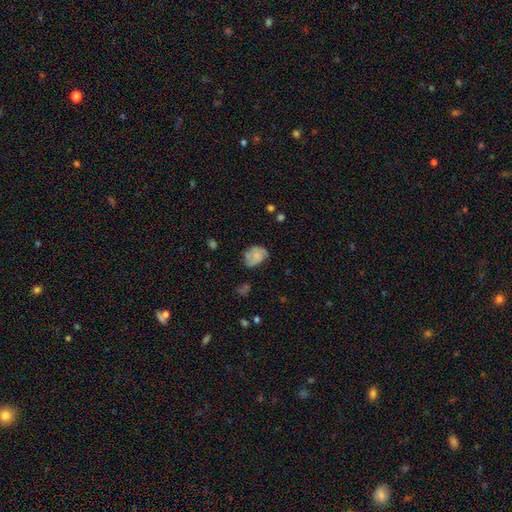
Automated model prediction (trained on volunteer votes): The model was most divided on "merging": none: 48%, minor disturbance: 34%, major disturbance: 14%, merger: 4%. More confident: how rounded — in between (67%); smooth or featured — smooth (66%).